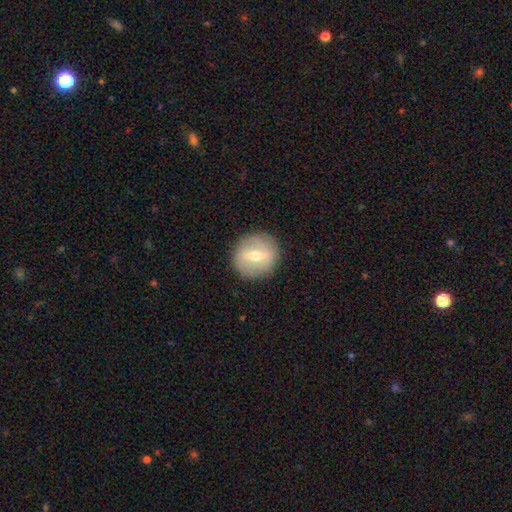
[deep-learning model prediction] Smooth or featured?
  - featured or disk: 51% *
  - smooth: 42%
  - star or artifact: 7%
Edge-on disk?
  - no: 90% *
  - yes: 10%
Merging?
  - none: 88% *
  - minor disturbance: 8%
  - major disturbance: 3%
  - merger: 1%